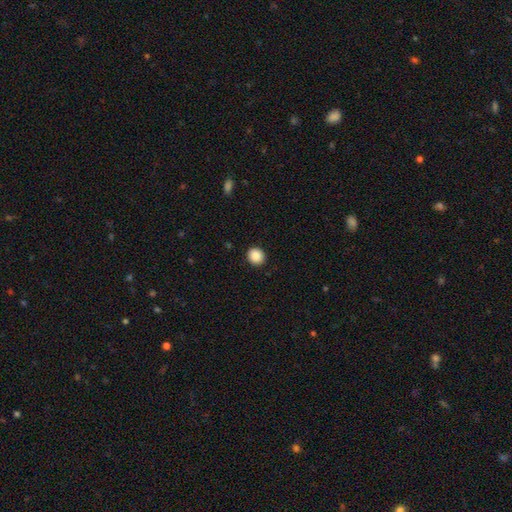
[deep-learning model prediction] Smooth or featured: smooth — 88% (star or artifact — 9%)
How rounded: round — 84% (in between — 15%)
Merging: none — 92% (minor disturbance — 5%)